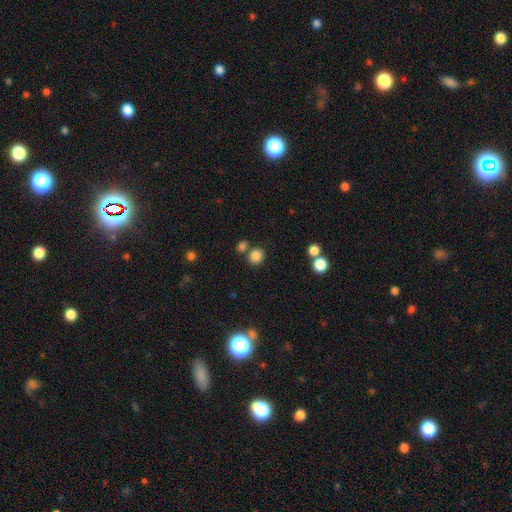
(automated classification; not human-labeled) The model was most divided on "merging": none: 69%, merger: 18%, minor disturbance: 9%, major disturbance: 3%. More confident: smooth or featured — smooth (84%); how rounded — round (80%).